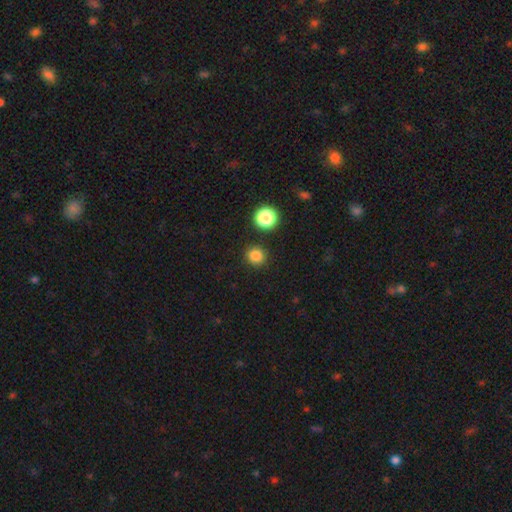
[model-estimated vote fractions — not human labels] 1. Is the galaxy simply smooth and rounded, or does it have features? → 82% smooth, 14% star or artifact, 4% featured or disk.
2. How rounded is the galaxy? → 91% round, 8% in between, 1% cigar-shaped.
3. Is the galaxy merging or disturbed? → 89% none, 6% minor disturbance, 3% merger, 2% major disturbance.